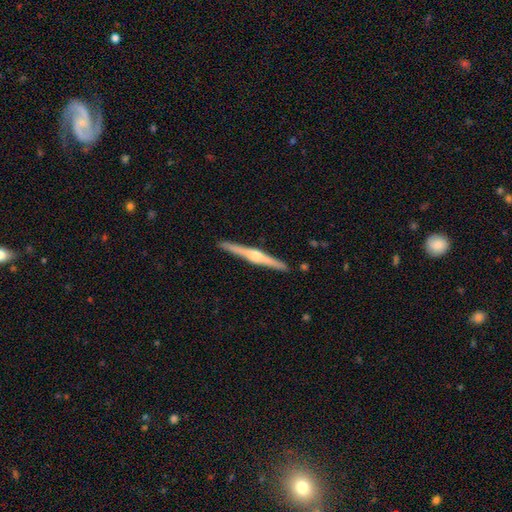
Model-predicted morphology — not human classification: This appears to be a featured or disk galaxy (76%) viewed edge-on (98%) with a rounded central bulge (84%). Merging: none (92%).